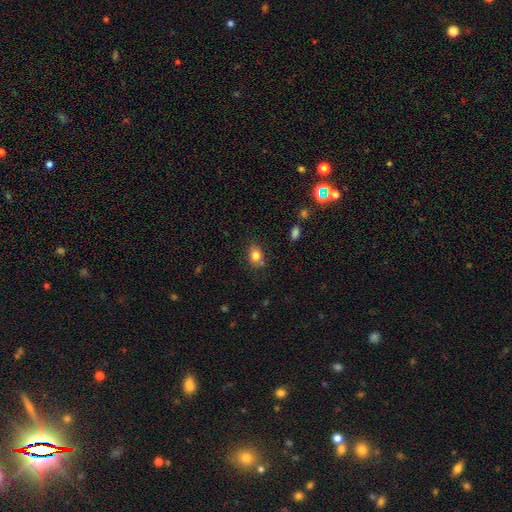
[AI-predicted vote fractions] This is clearly a smooth galaxy (81%). How rounded: likely in between (63%). Merging: likely none (78%).